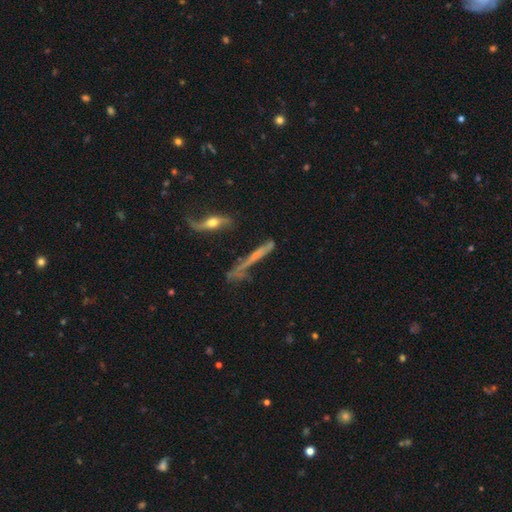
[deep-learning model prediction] Morphology: type=featured or disk (50%); merging=none (46%).